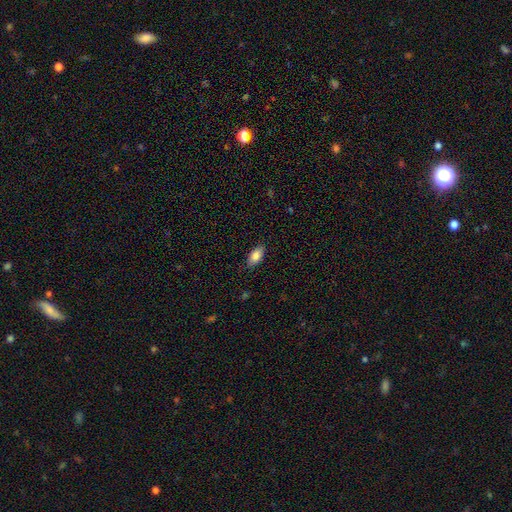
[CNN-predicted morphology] Smooth or featured? smooth (85%)
How rounded? in between (91%)
Merging? none (84%)